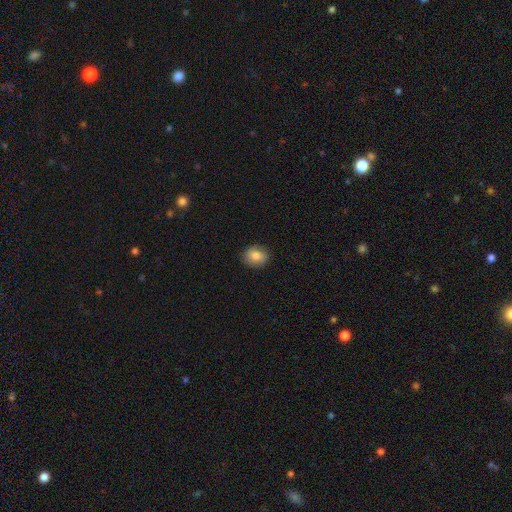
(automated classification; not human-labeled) smooth_or_featured: smooth (p=0.82) [alt: featured or disk p=0.10]
how_rounded: round (p=0.63) [alt: in between p=0.36]
merging: none (p=0.88) [alt: minor disturbance p=0.09]